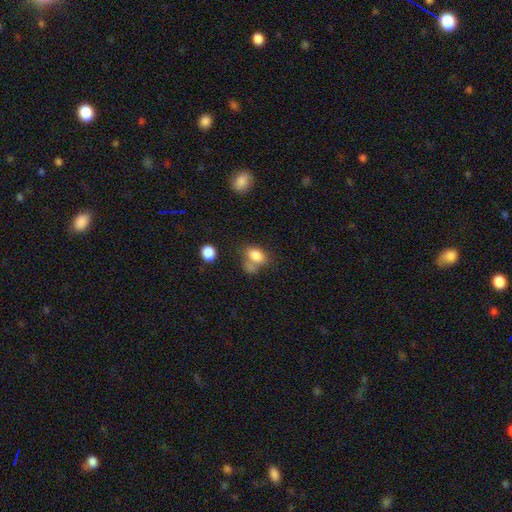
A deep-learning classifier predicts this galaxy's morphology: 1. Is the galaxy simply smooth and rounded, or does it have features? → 80% smooth, 10% star or artifact, 10% featured or disk.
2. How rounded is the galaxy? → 79% in between, 19% round, 2% cigar-shaped.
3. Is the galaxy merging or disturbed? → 37% none, 34% merger, 17% minor disturbance, 12% major disturbance.